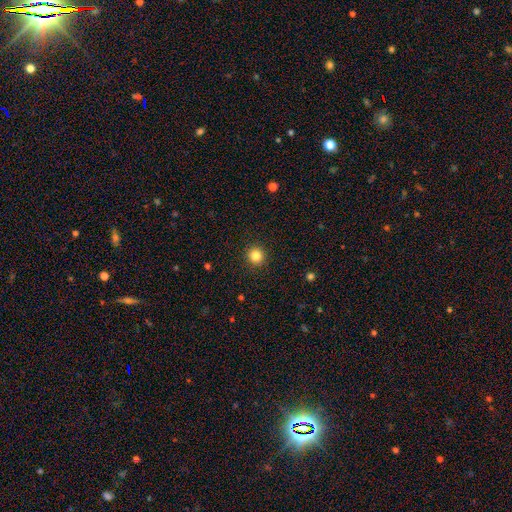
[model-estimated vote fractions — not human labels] Morphology: type=smooth (84%); roundness=round (94%); merging=none (93%).